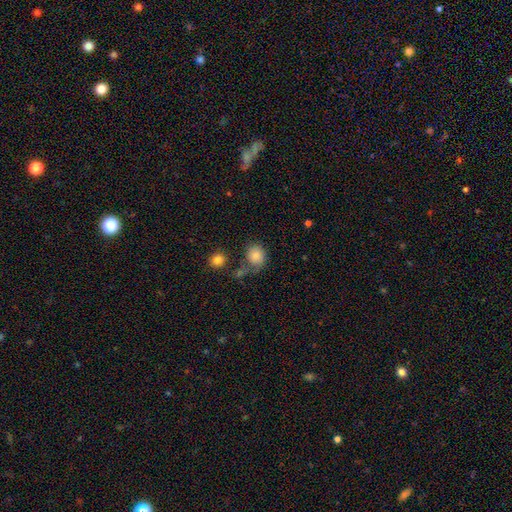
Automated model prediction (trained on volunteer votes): Morphology: type=smooth (82%); roundness=round (70%); merging=none (54%).